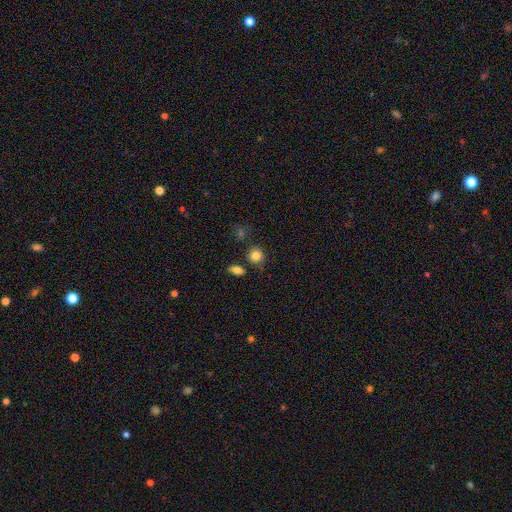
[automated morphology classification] This is clearly a smooth galaxy (84%). How rounded: clearly round (84%). Merging: likely none (77%).